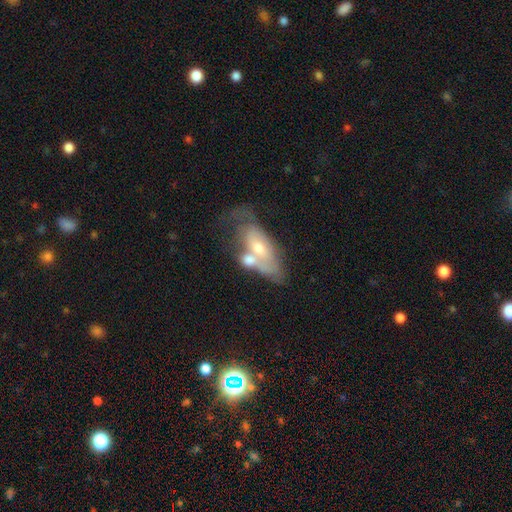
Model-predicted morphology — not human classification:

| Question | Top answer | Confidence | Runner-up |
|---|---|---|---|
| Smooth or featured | featured or disk | 51% | smooth (42%) |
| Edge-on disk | no | 83% | yes (17%) |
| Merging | merger | 53% | none (21%) |